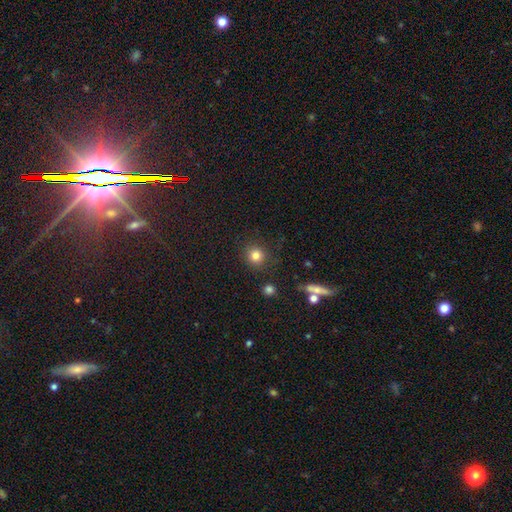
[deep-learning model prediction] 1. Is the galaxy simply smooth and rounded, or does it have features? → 81% smooth, 13% star or artifact, 6% featured or disk.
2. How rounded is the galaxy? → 91% round, 8% in between, 1% cigar-shaped.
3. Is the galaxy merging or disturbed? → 86% none, 8% minor disturbance, 3% major disturbance, 3% merger.